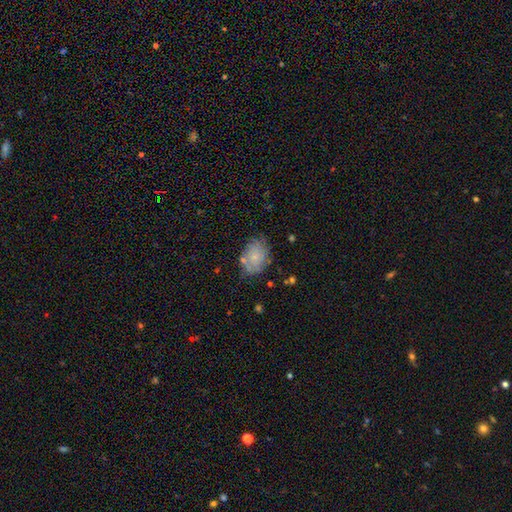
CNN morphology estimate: Smooth or featured: smooth — 57% (featured or disk — 33%)
How rounded: in between — 74% (round — 24%)
Merging: none — 66% (minor disturbance — 22%)